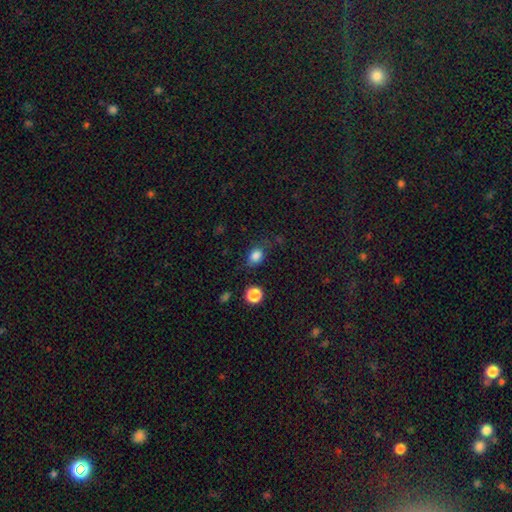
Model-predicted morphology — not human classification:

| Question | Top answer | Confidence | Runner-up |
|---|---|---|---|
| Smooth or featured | smooth | 83% | star or artifact (12%) |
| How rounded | in between | 64% | round (34%) |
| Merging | none | 72% | minor disturbance (19%) |